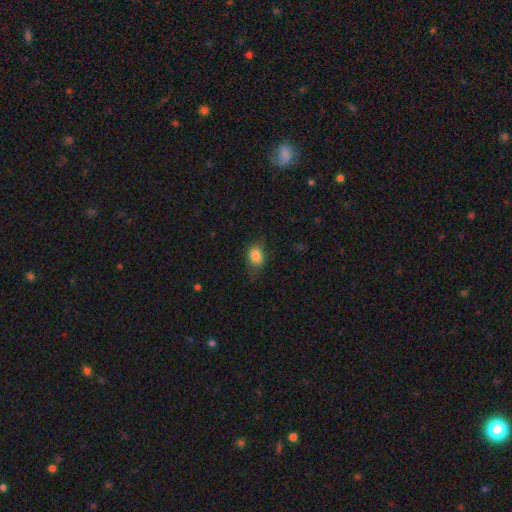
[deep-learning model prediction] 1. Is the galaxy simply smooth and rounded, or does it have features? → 84% smooth, 9% star or artifact, 7% featured or disk.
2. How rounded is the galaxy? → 66% in between, 32% round, 2% cigar-shaped.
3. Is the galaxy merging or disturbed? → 63% none, 27% minor disturbance, 9% major disturbance, 1% merger.